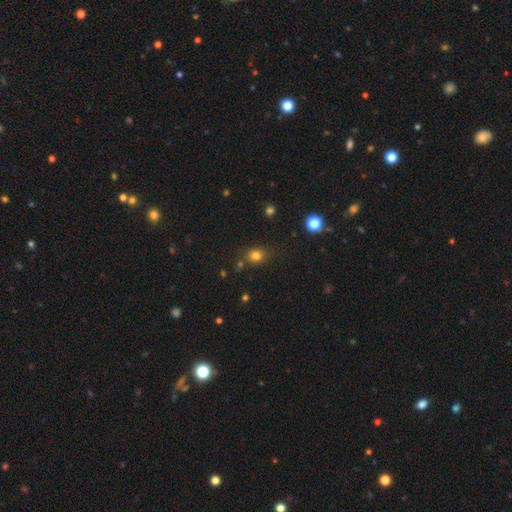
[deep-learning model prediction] Q: Smooth or featured?
A: smooth (77%); runner-up: star or artifact (16%)
Q: How rounded?
A: round (64%); runner-up: in between (35%)
Q: Merging?
A: none (73%); runner-up: minor disturbance (14%)